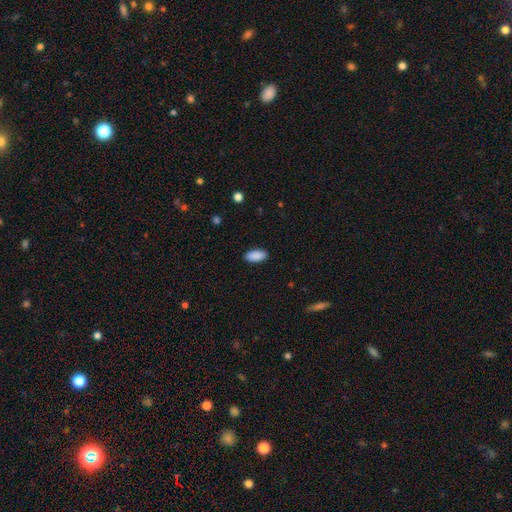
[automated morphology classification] Smooth or featured? smooth (90%)
How rounded? in between (93%)
Merging? none (89%)